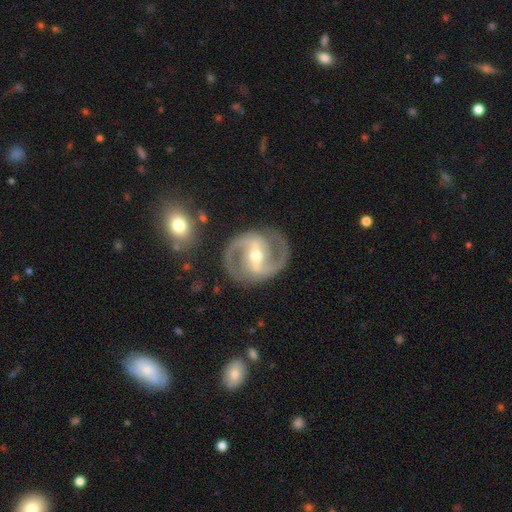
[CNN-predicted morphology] Smooth or featured? featured or disk (90%)
Edge-on disk? no (97%)
Bar? strong (67%)
Spiral arms? yes (95%)
Spiral winding? medium (58%)
Spiral arm count? 2 (93%)
Bulge size? moderate (65%)
Merging? none (85%)